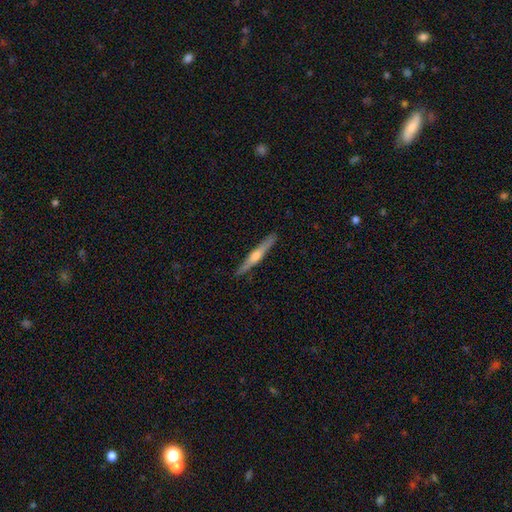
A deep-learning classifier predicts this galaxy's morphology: Smooth or featured? featured or disk (66%)
Edge-on disk? yes (97%)
Edge-on bulge? rounded (88%)
Merging? none (90%)